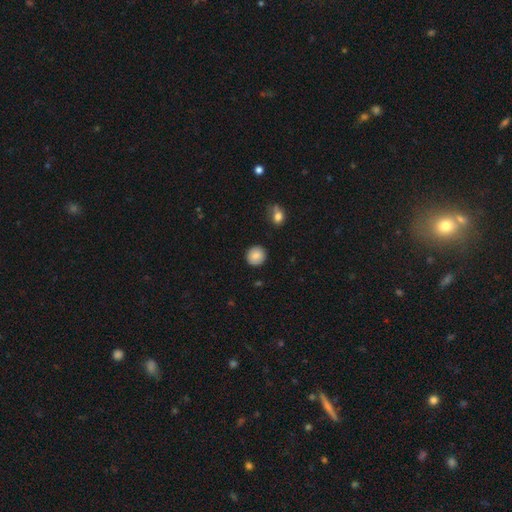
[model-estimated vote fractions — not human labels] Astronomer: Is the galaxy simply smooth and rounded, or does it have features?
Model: smooth — 84%.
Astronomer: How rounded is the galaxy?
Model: round — 92%.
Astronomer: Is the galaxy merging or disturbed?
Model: none — 91%.